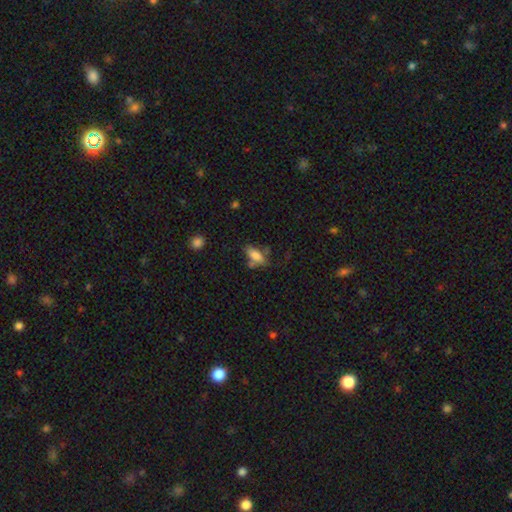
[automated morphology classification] Smooth or featured? Predicted: smooth (p=0.75). How rounded? Predicted: in between (p=0.75). Merging? Predicted: none (p=0.53).